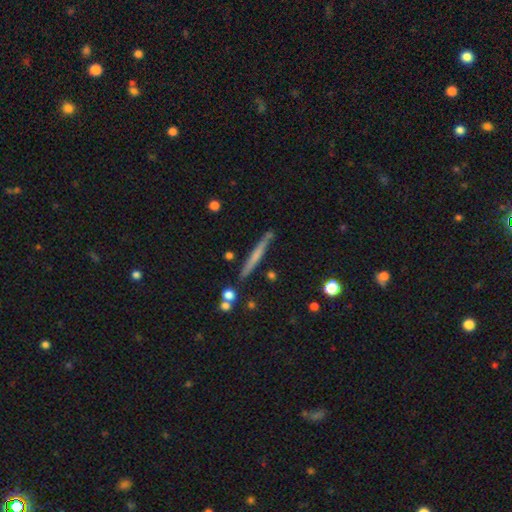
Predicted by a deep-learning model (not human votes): Smooth or featured? featured or disk (50%)
Edge-on disk? yes (96%)
Merging? none (85%)